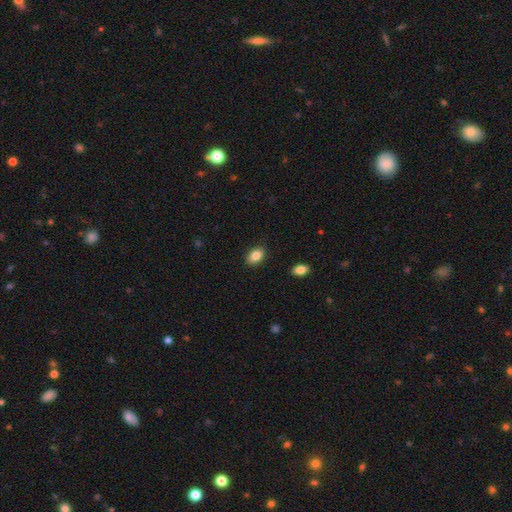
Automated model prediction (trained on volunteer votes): This is clearly a smooth galaxy (85%). How rounded: clearly in between (86%). Merging: clearly none (88%).